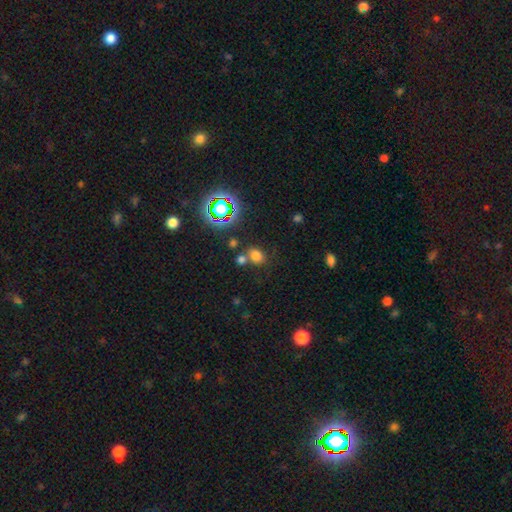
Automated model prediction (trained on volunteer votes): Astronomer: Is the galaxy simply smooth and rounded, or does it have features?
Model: smooth — 70%.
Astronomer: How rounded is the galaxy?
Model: round — 58% (runner-up: in between, 41%).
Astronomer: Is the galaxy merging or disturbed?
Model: none — 63%.